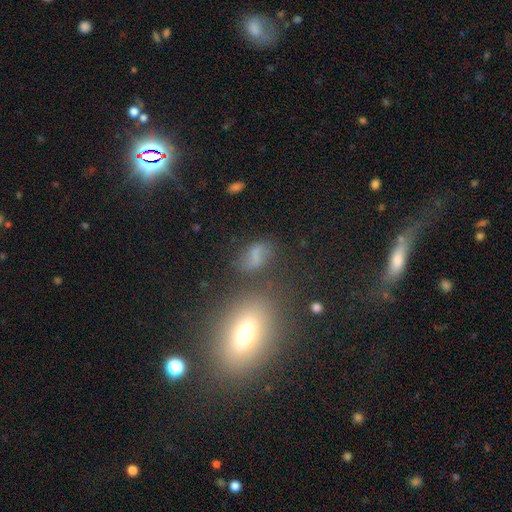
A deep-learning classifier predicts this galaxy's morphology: A smooth galaxy with no disk features (59%) that is in between round and cigar-shaped (82%).

Vote fractions:
- Smooth or featured? smooth: 59% / featured or disk: 24% / star or artifact: 17%
- How rounded? in between: 82% / round: 13% / cigar-shaped: 5%
- Merging? none: 54% / minor disturbance: 21% / major disturbance: 14% / merger: 11%